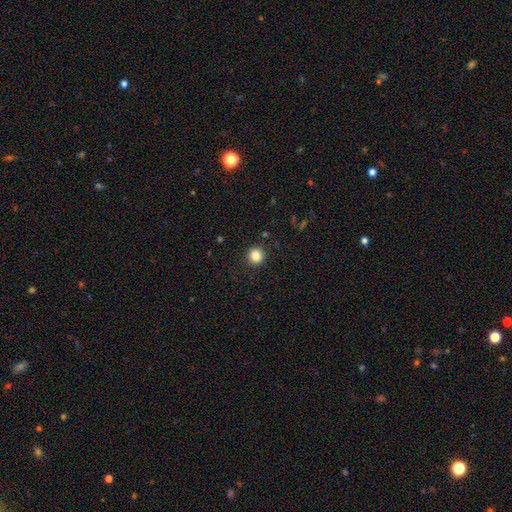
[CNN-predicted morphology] smooth-or-featured: smooth: 84% | star or artifact: 11% | featured or disk: 4%
  how-rounded: round: 93% | in between: 6% | cigar-shaped: 1%
  merging: none: 92% | minor disturbance: 5% | major disturbance: 2% | merger: 1%